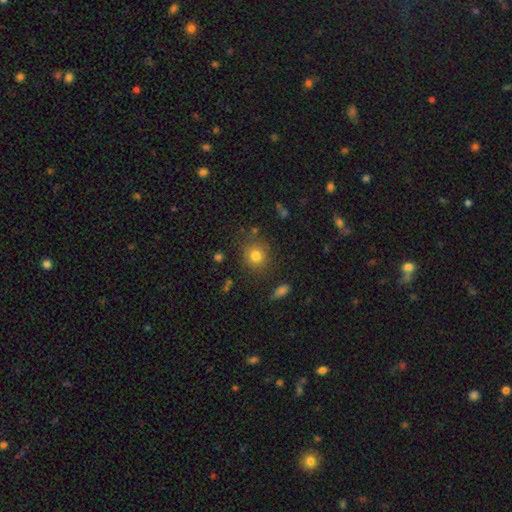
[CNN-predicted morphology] Smooth or featured: smooth — 79% (star or artifact — 13%)
How rounded: round — 86% (in between — 13%)
Merging: none — 80% (minor disturbance — 12%)